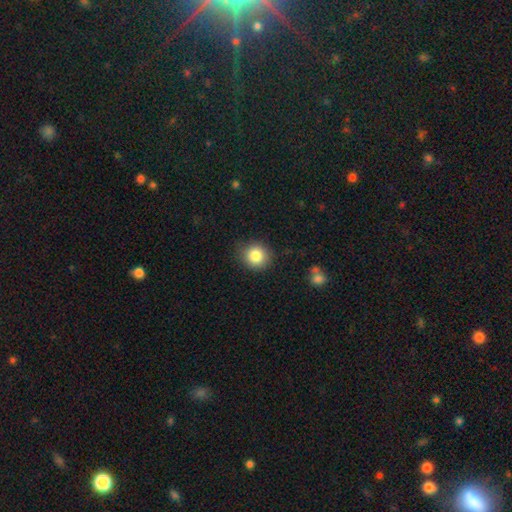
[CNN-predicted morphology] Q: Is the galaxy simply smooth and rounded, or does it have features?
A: smooth — 85%.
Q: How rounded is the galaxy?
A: round — 86%.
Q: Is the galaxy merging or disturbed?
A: none — 85%.